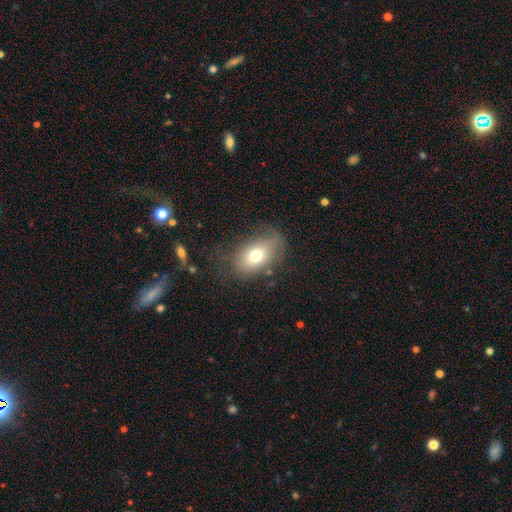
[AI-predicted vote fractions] smooth 71%, featured or disk 18%, star or artifact 11%. Down the decision tree: how rounded — in between (80%); merging — none (63%).